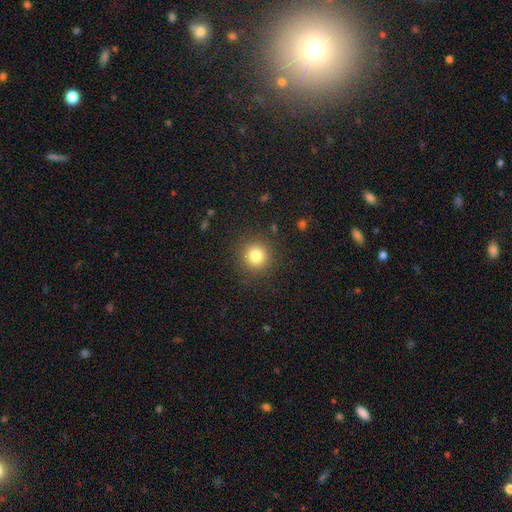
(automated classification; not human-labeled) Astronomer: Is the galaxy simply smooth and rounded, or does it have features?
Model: smooth — 82%.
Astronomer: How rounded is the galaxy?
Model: round — 94%.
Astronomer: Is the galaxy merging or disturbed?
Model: none — 89%.